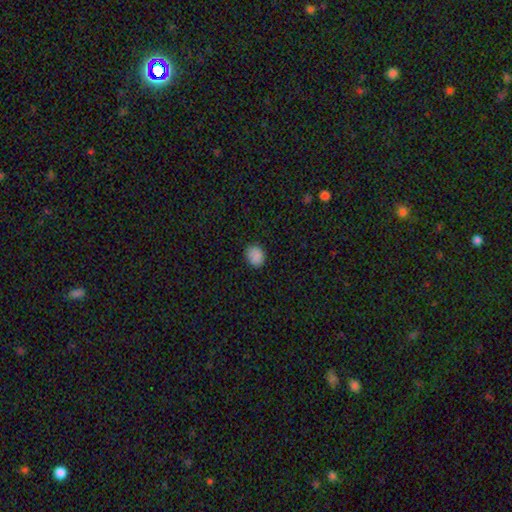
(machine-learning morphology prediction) The model was most divided on "how rounded": round: 59%, in between: 40%, cigar-shaped: 1%. More confident: smooth or featured — smooth (86%); merging — none (85%).